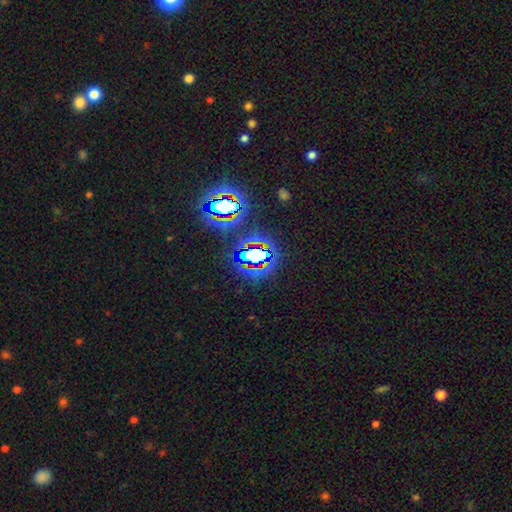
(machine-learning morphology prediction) The model was most divided on "smooth or featured": star or artifact: 65%, smooth: 19%, featured or disk: 15%.